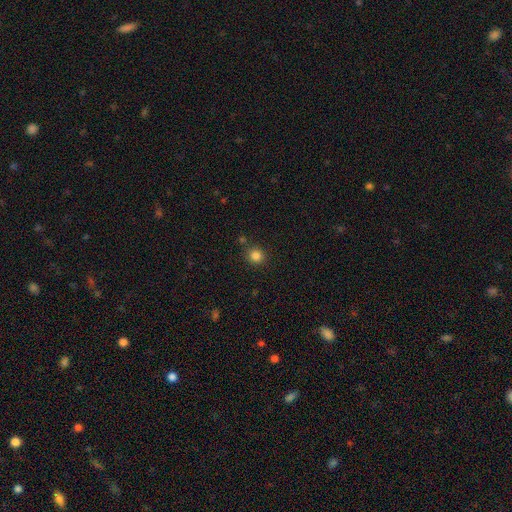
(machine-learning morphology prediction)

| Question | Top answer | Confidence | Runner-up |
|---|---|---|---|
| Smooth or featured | smooth | 83% | star or artifact (13%) |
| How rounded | round | 89% | in between (10%) |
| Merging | none | 84% | minor disturbance (9%) |